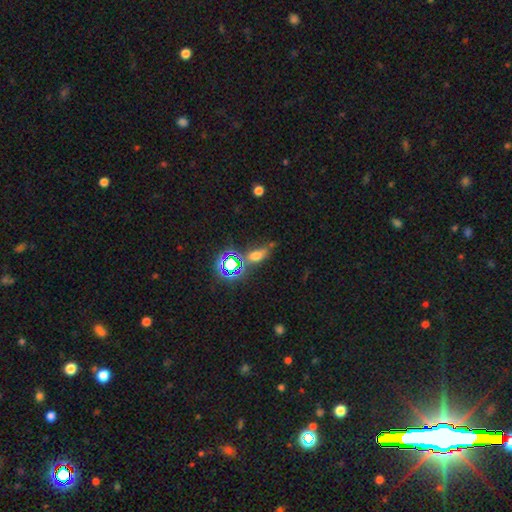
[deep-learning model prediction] Overall: smooth (51%; star or artifact 35%). How rounded: in between (65%). Merging: none (60%).